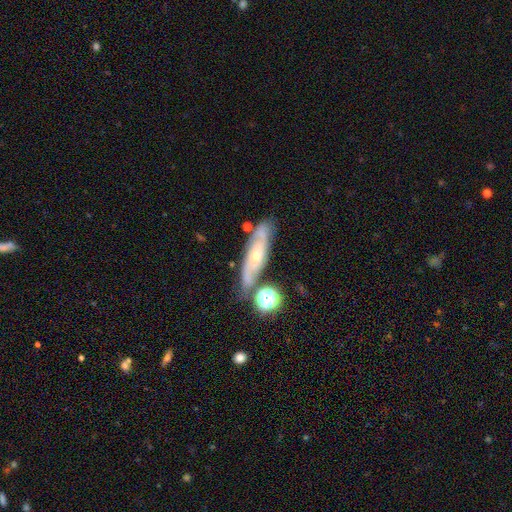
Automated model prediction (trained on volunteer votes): Overall: featured or disk (68%). Edge-on disk: no (74%). Bar: no (67%). Spiral arms: yes (87%). Bulge size: small (60%; moderate 35%). Merging: none (65%).